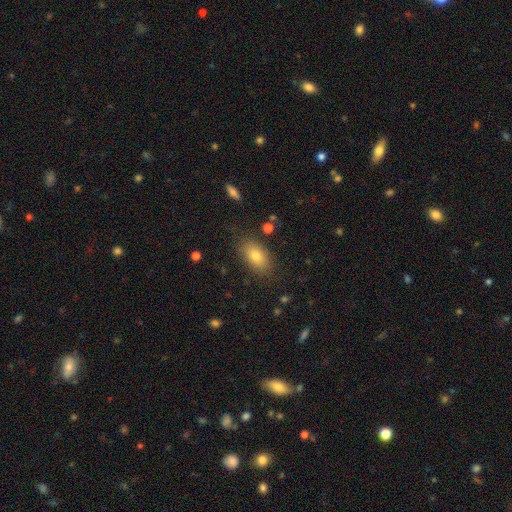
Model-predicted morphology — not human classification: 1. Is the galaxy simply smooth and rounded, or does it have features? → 80% smooth, 11% featured or disk, 10% star or artifact.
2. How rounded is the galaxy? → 89% in between, 7% round, 5% cigar-shaped.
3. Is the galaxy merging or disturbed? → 83% none, 12% minor disturbance, 3% major disturbance, 2% merger.